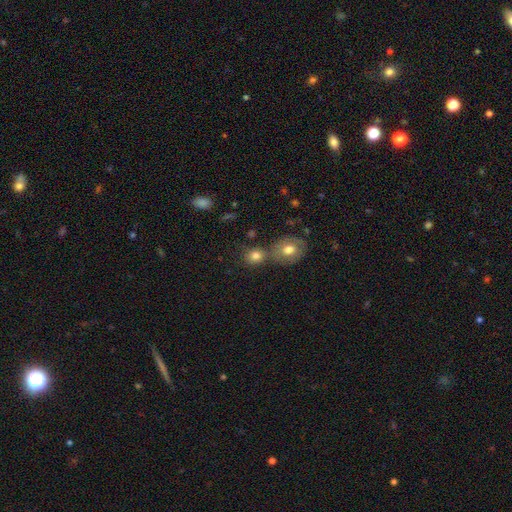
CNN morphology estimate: This is likely a smooth galaxy (79%). How rounded: likely round (72%). Merging: possibly none (52%).